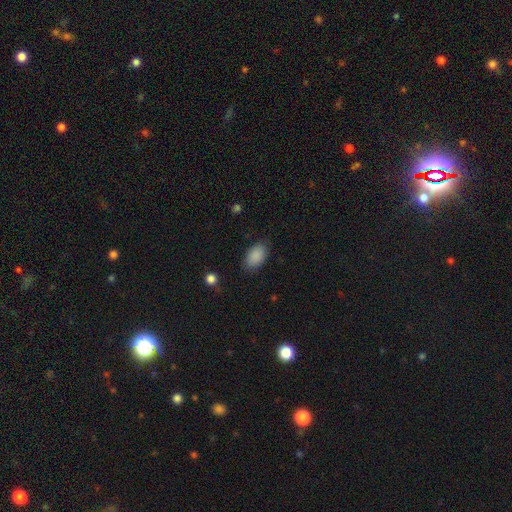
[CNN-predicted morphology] Q: Smooth or featured?
A: smooth (89%); runner-up: star or artifact (7%)
Q: How rounded?
A: in between (91%); runner-up: round (7%)
Q: Merging?
A: none (83%); runner-up: minor disturbance (12%)